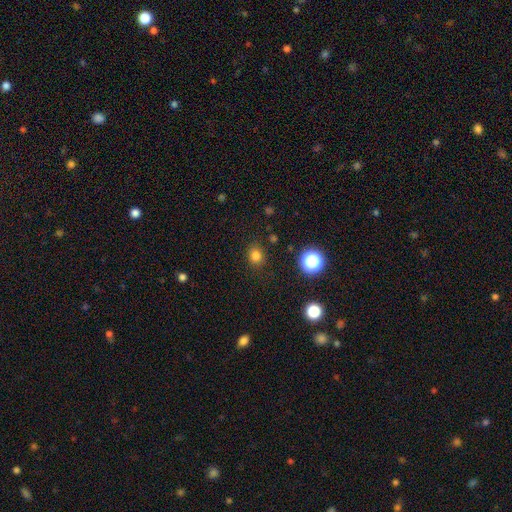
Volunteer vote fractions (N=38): Overall: smooth (92%). How rounded: round (86%). Merging: none (89%).